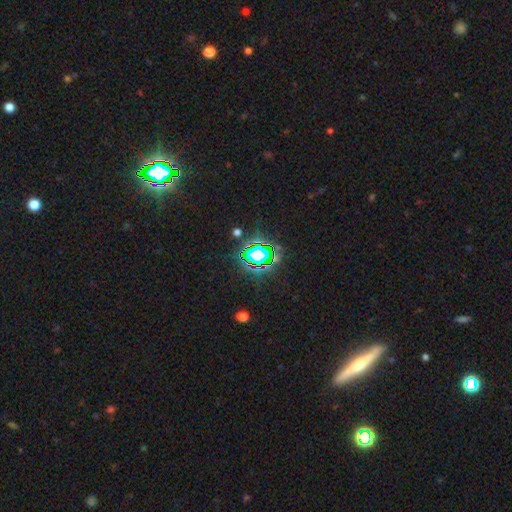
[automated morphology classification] Smooth or featured: star or artifact — 71% (smooth — 17%)